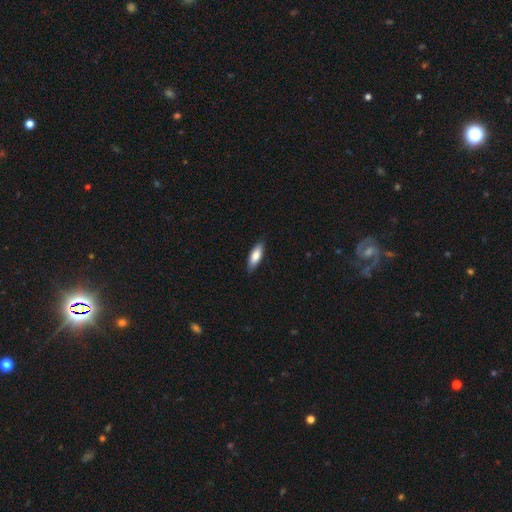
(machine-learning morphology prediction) A smooth galaxy with no disk features (80%) that is in between round and cigar-shaped (65%).

Vote fractions:
- Smooth or featured? smooth: 80% / featured or disk: 14% / star or artifact: 6%
- How rounded? in between: 65% / cigar-shaped: 33% / round: 2%
- Merging? none: 85% / minor disturbance: 12% / major disturbance: 2% / merger: 1%